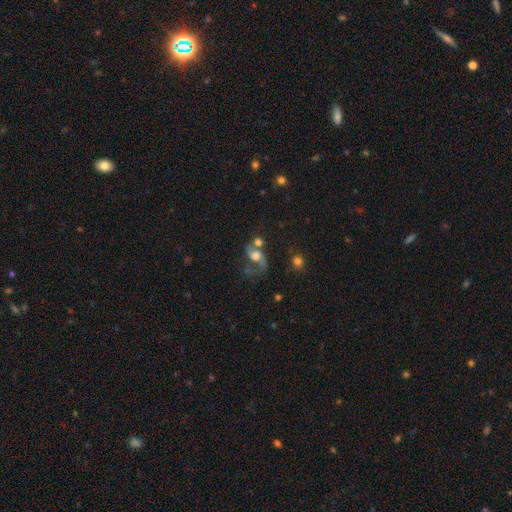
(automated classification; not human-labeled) smooth_or_featured: featured or disk (p=0.61) [alt: smooth p=0.28]
disk_edge_on: no (p=0.96) [alt: yes p=0.04]
bar: no (p=0.68) [alt: weak p=0.25]
has_spiral_arms: yes (p=0.81) [alt: no p=0.19]
bulge_size: moderate (p=0.41) [alt: large p=0.40]
merging: merger (p=0.33) [alt: none p=0.31]